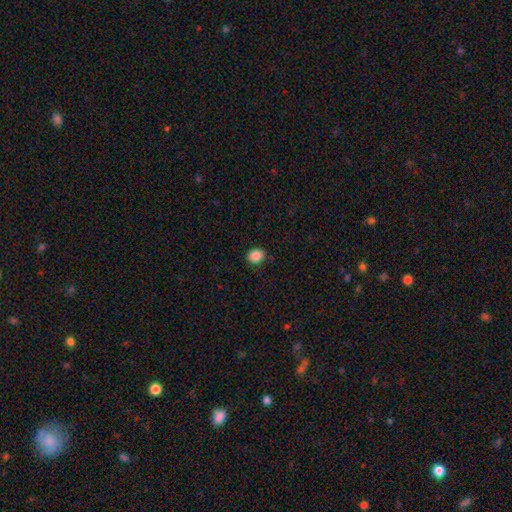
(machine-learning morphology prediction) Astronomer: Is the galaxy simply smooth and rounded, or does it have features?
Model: smooth — 87%.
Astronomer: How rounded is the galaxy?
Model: round — 52% (runner-up: in between, 47%).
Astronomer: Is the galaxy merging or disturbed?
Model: none — 88%.